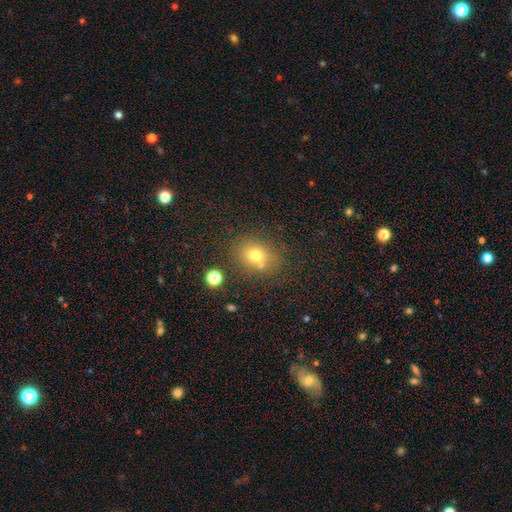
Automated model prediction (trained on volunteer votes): This is likely a smooth galaxy (70%). How rounded: possibly round (58%). Merging: likely none (68%).